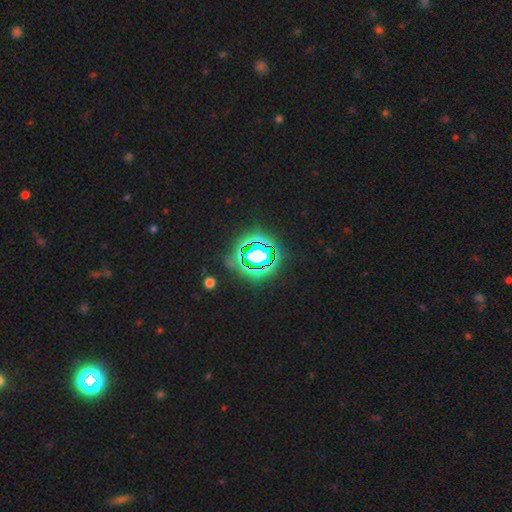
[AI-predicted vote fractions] Smooth or featured? star or artifact (70%)